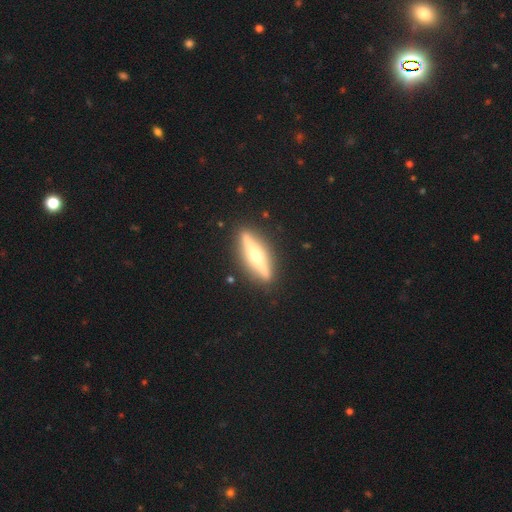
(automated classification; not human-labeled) This is likely a featured or disk galaxy (74%). It is clearly viewed edge-on (95%). Edge-on bulge: clearly rounded (92%). Merging: clearly none (89%).